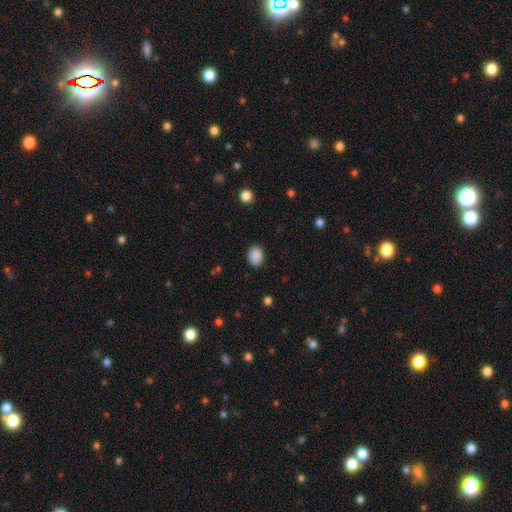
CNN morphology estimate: This is clearly a smooth galaxy (89%). How rounded: likely in between (65%). Merging: clearly none (87%).